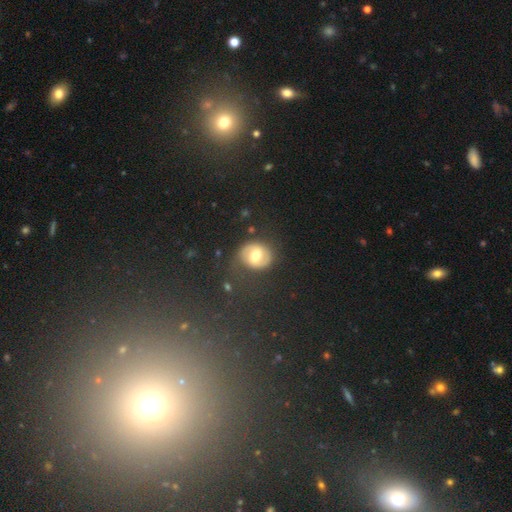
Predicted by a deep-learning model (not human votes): Smooth or featured?
  - featured or disk: 48% *
  - smooth: 43%
  - star or artifact: 9%
Merging?
  - none: 77% *
  - minor disturbance: 14%
  - major disturbance: 7%
  - merger: 2%